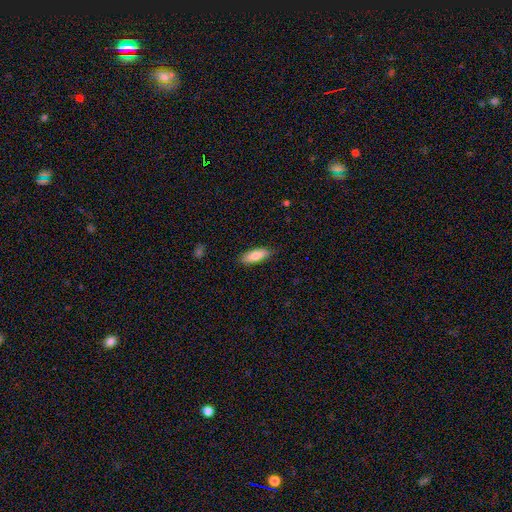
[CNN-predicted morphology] The model was most divided on "how rounded": in between: 65%, cigar-shaped: 33%, round: 2%. More confident: merging — none (85%); smooth or featured — smooth (82%).